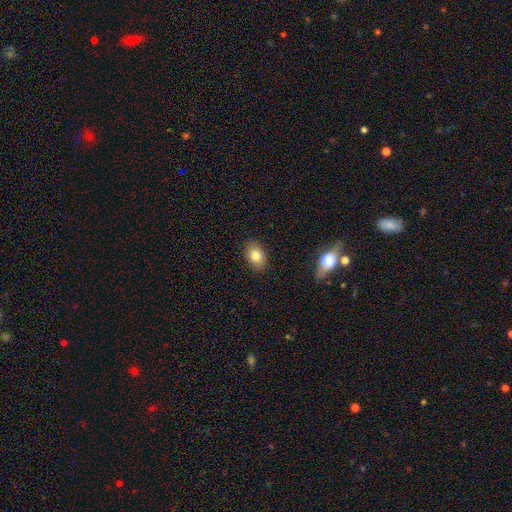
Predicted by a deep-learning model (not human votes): Overall: smooth (80%). How rounded: in between (81%). Merging: none (87%).